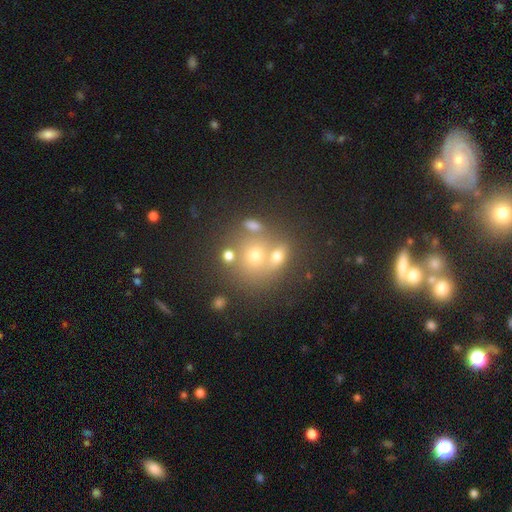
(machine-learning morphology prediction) A smooth galaxy with no disk features (58%) that is round (77%).

Vote fractions:
- Smooth or featured? smooth: 58% / featured or disk: 21% / star or artifact: 20%
- How rounded? round: 77% / in between: 21% / cigar-shaped: 1%
- Merging? none: 43% / merger: 42% / minor disturbance: 9% / major disturbance: 5%